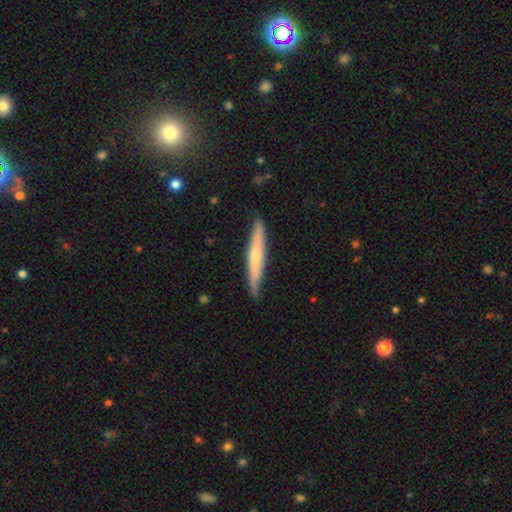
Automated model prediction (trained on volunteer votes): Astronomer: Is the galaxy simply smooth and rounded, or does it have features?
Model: featured or disk — 50% (runner-up: smooth, 44%).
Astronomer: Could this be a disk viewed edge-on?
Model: yes — 91%.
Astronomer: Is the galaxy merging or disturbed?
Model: none — 80%.